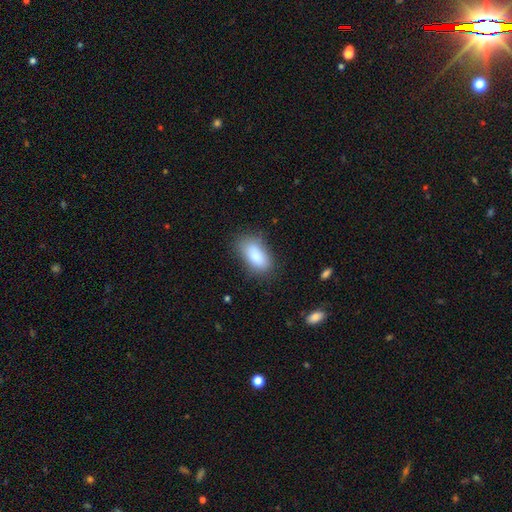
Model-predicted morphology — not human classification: A smooth galaxy with no disk features (86%) that is in between round and cigar-shaped (91%). Merging: none (76%).